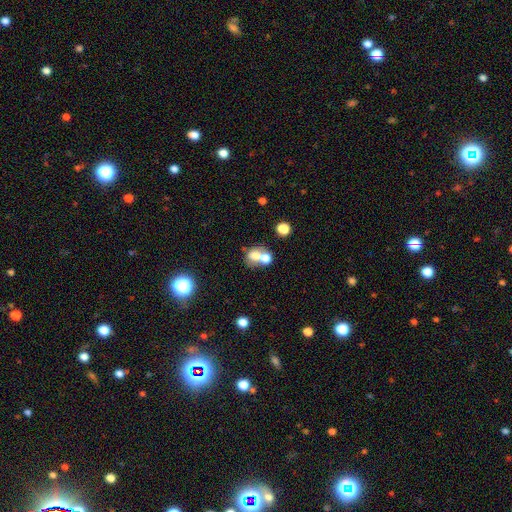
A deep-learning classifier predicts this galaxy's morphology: smooth-or-featured: smooth: 68% | featured or disk: 19% | star or artifact: 13%
  how-rounded: round: 57% | in between: 42% | cigar-shaped: 1%
  merging: merger: 58% | none: 28% | minor disturbance: 8% | major disturbance: 5%